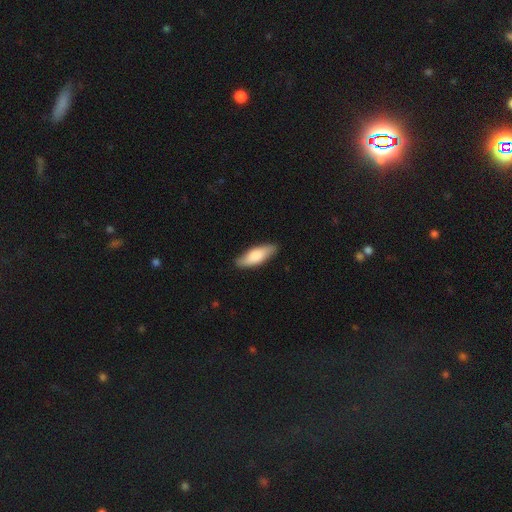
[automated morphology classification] A smooth galaxy with no disk features (75%) that is in between round and cigar-shaped (61%).

Vote fractions:
- Smooth or featured? smooth: 75% / featured or disk: 20% / star or artifact: 5%
- How rounded? in between: 61% / cigar-shaped: 37% / round: 2%
- Merging? none: 85% / minor disturbance: 12% / major disturbance: 2% / merger: 1%